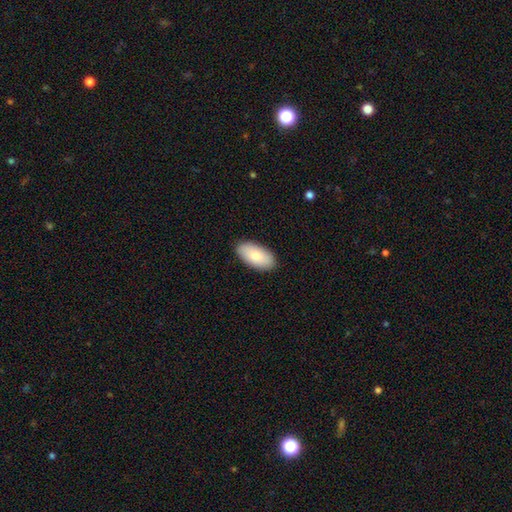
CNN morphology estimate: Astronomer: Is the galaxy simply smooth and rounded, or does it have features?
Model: smooth — 81%.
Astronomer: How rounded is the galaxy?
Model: in between — 95%.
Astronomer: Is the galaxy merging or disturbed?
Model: none — 89%.